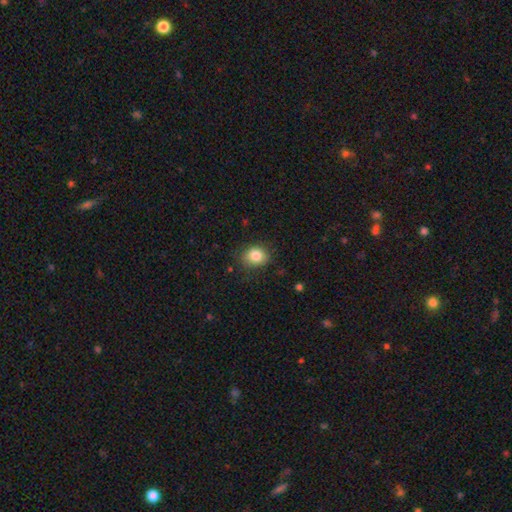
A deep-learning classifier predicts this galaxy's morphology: The model was most divided on "how rounded": round: 60%, in between: 39%, cigar-shaped: 1%. More confident: smooth or featured — smooth (84%); merging — none (79%).